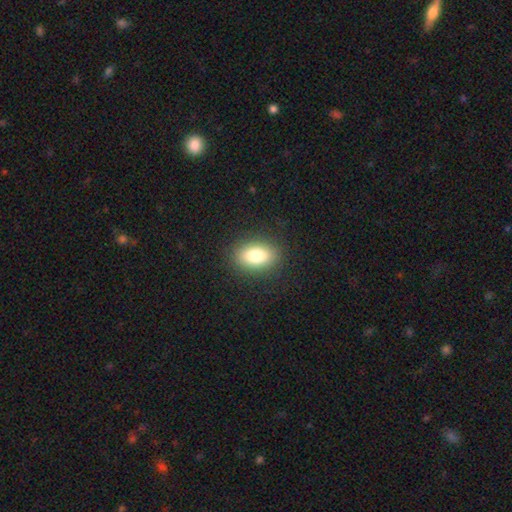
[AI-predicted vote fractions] This is clearly a smooth galaxy (80%). How rounded: clearly in between (83%). Merging: clearly none (88%).